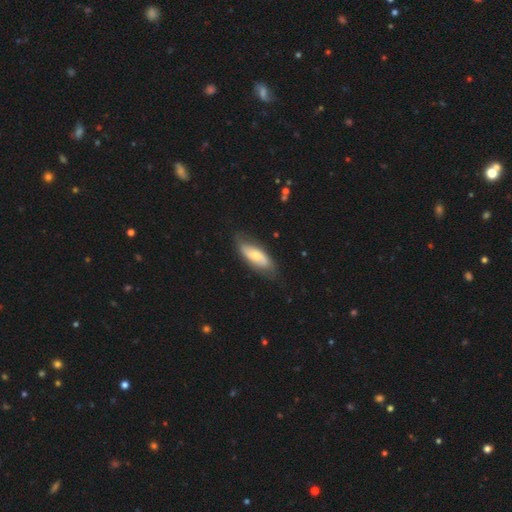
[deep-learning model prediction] A featured or disk galaxy (48%). Merging: none (72%).